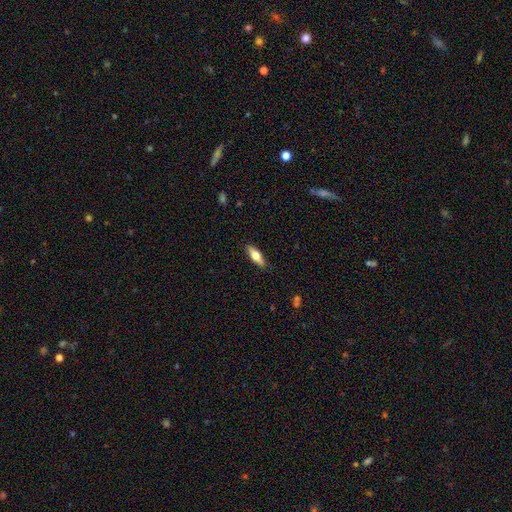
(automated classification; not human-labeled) This is likely a smooth galaxy (60%). How rounded: possibly in between (59%). Merging: clearly none (88%).